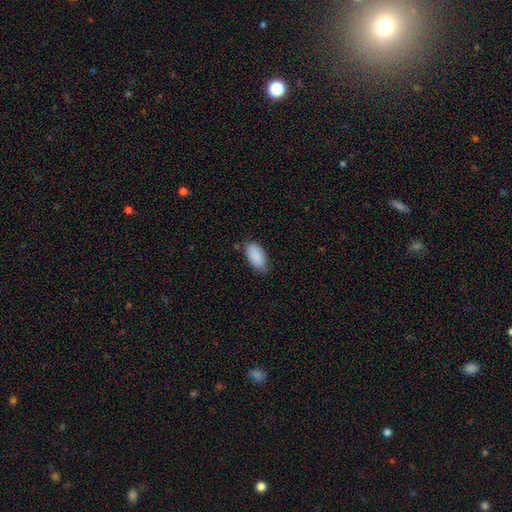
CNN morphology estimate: This is clearly a smooth galaxy (90%). How rounded: clearly in between (94%). Merging: likely none (73%).